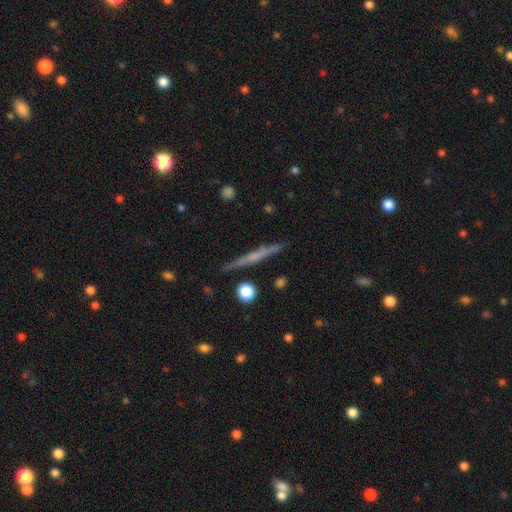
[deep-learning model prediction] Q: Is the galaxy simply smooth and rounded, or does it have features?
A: featured or disk — 58%.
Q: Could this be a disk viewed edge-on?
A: yes — 97%.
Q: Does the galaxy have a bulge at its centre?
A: none — 63%.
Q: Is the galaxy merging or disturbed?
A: none — 89%.